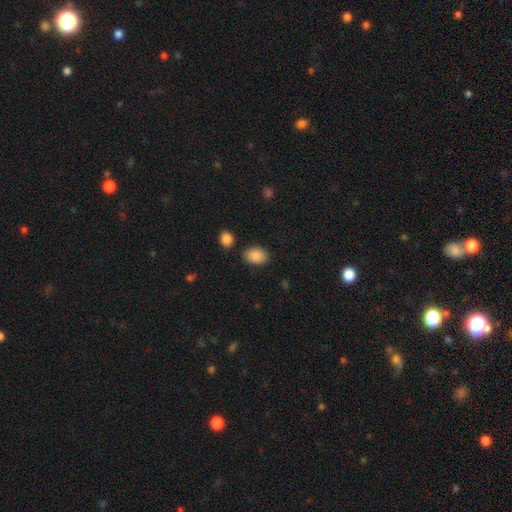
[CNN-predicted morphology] Smooth or featured?
  - smooth: 88% *
  - star or artifact: 7%
  - featured or disk: 5%
How rounded?
  - in between: 82% *
  - round: 17%
  - cigar-shaped: 1%
Merging?
  - none: 84% *
  - minor disturbance: 10%
  - merger: 3%
  - major disturbance: 3%